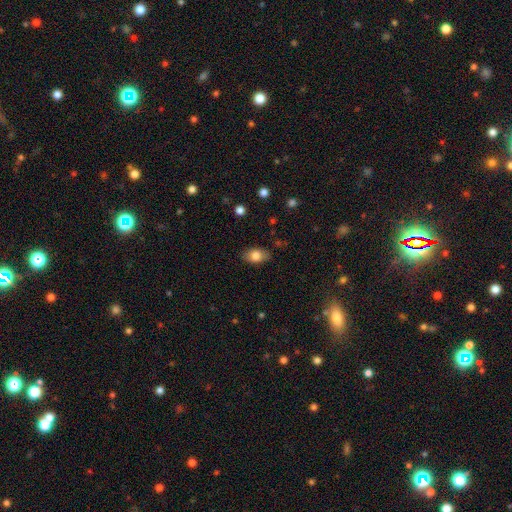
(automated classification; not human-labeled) This is likely a smooth galaxy (80%). How rounded: clearly in between (88%). Merging: clearly none (85%).